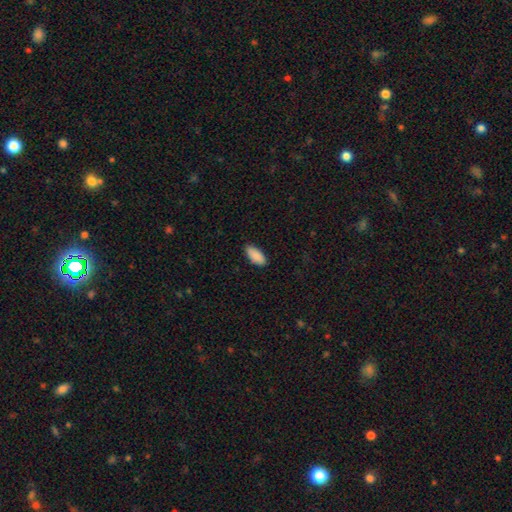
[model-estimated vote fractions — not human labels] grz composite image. It shows a smooth galaxy with no disk features (91%) that is in between round and cigar-shaped (86%). Merging: none (87%).